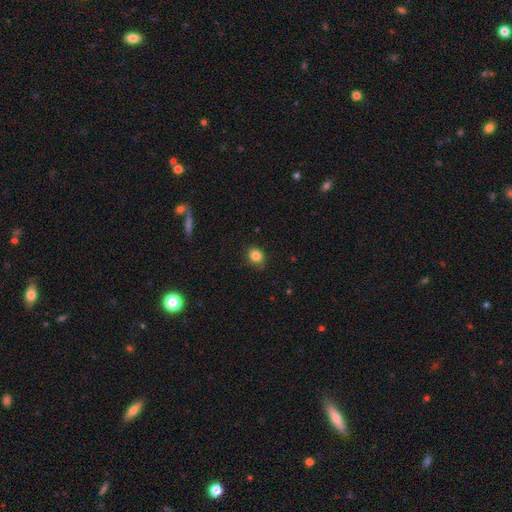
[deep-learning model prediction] The model was most divided on "how rounded": round: 71%, in between: 28%, cigar-shaped: 1%. More confident: smooth or featured — smooth (85%); merging — none (82%).